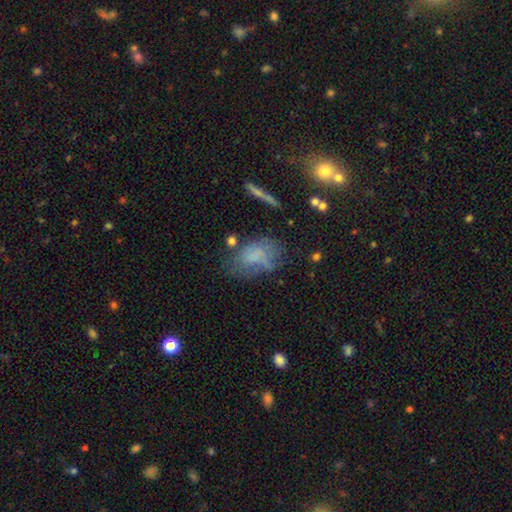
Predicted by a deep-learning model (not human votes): The model was most divided on "merging": none: 41%, minor disturbance: 28%, major disturbance: 24%, merger: 7%. More confident: how rounded — in between (84%); smooth or featured — smooth (58%).